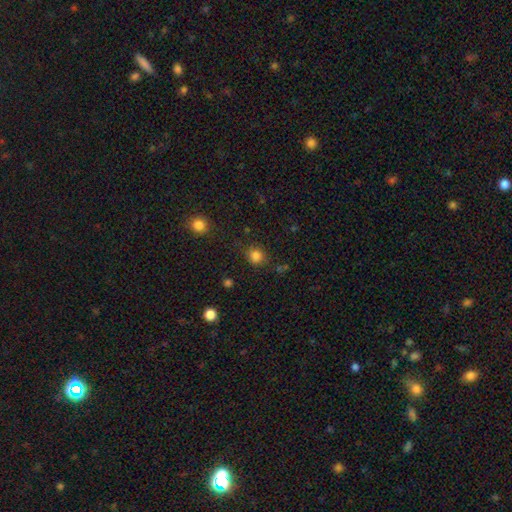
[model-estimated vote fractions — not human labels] smooth-or-featured: smooth: 82% | star or artifact: 14% | featured or disk: 4%
  how-rounded: round: 84% | in between: 15% | cigar-shaped: 1%
  merging: none: 81% | minor disturbance: 12% | major disturbance: 4% | merger: 3%